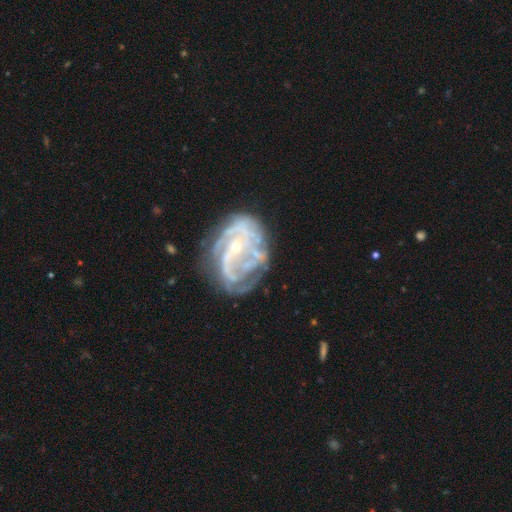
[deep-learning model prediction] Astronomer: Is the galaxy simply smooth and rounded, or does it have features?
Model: featured or disk — 85%.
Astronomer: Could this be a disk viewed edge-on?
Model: no — 98%.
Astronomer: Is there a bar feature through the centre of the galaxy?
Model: no — 61%.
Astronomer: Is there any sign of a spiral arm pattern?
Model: yes — 86%.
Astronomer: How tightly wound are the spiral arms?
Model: tight — 41% (runner-up: medium, 40%).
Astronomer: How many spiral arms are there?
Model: can't tell — 33% (runner-up: 2, 25%).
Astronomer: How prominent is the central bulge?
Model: small — 80%.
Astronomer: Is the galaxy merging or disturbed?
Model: none — 45% (runner-up: major disturbance, 26%).